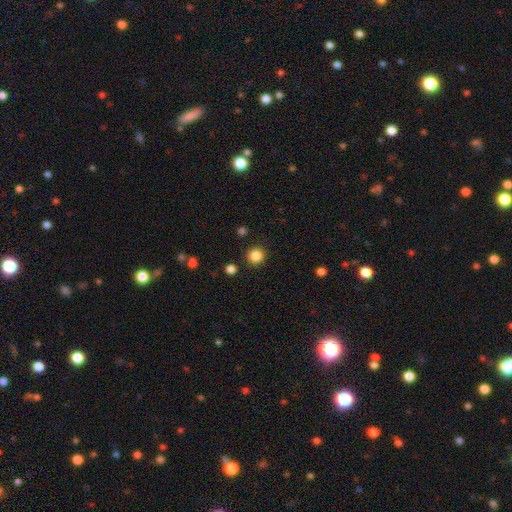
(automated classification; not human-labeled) A smooth galaxy with no disk features (85%) that is round (94%).

Vote fractions:
- Smooth or featured? smooth: 85% / star or artifact: 11% / featured or disk: 3%
- How rounded? round: 94% / in between: 5% / cigar-shaped: 1%
- Merging? none: 91% / minor disturbance: 5% / major disturbance: 2% / merger: 2%